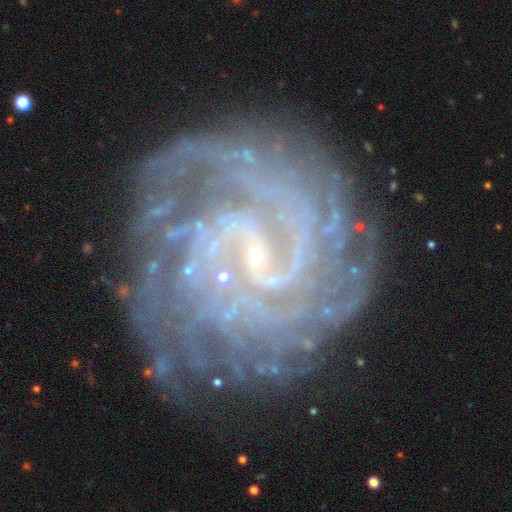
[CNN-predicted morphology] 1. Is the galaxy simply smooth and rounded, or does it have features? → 88% featured or disk, 7% star or artifact, 5% smooth.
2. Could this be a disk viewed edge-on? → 98% no, 2% yes.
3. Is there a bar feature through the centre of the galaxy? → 48% weak, 34% no, 19% strong.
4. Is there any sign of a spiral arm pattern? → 97% yes, 3% no.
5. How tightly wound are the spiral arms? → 71% tight, 23% medium, 5% loose.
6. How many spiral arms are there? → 27% can't tell, 18% 2, 16% 4, 15% 3, 14% more than 4, 9% 1.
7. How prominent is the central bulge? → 78% small, 15% none, 6% moderate, 1% large, 1% dominant.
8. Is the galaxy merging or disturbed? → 76% none, 15% minor disturbance, 7% major disturbance, 2% merger.